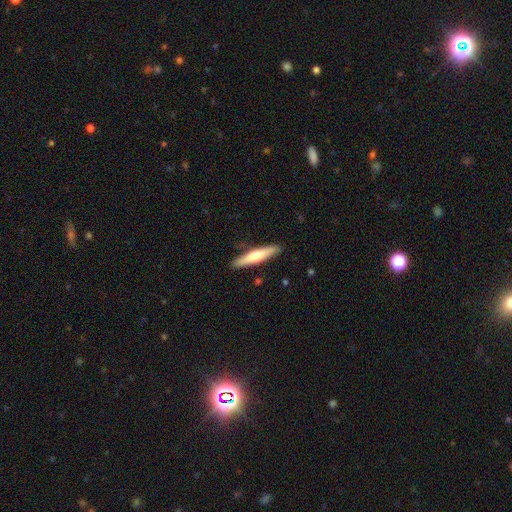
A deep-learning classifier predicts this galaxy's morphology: smooth 58%, featured or disk 37%, star or artifact 5%. Down the decision tree: how rounded — cigar-shaped (87%); merging — none (88%).